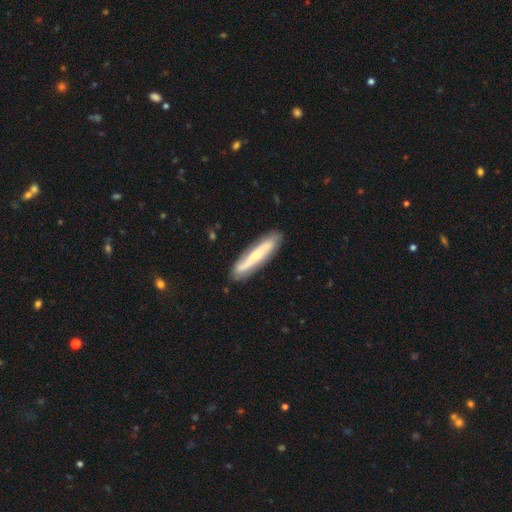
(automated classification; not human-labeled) Smooth or featured?
  - featured or disk: 55% *
  - smooth: 39%
  - star or artifact: 6%
Edge-on disk?
  - yes: 59% *
  - no: 41%
Merging?
  - none: 84% *
  - minor disturbance: 12%
  - major disturbance: 3%
  - merger: 2%